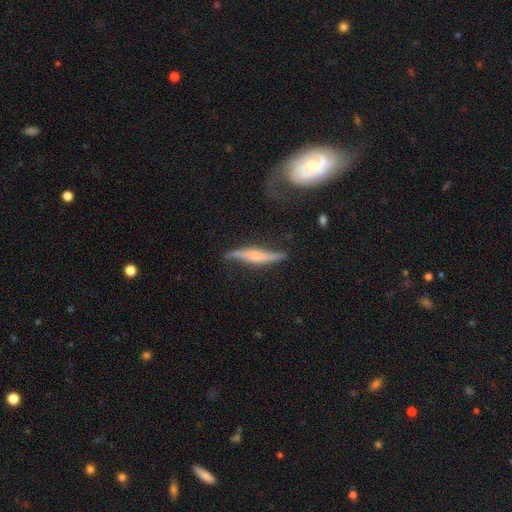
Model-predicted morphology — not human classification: This is likely a featured or disk galaxy (73%). It is likely viewed edge-on (79%). Edge-on bulge: likely rounded (76%). Merging: likely none (61%).